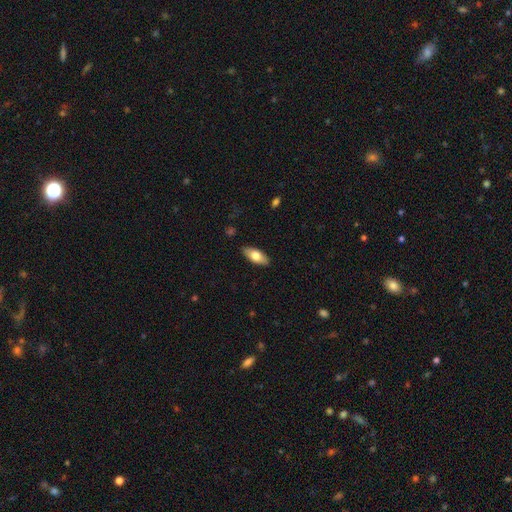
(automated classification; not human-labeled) smooth-or-featured: smooth: 72% | featured or disk: 22% | star or artifact: 6%
  how-rounded: in between: 83% | cigar-shaped: 15% | round: 2%
  merging: none: 88% | minor disturbance: 9% | major disturbance: 2% | merger: 1%